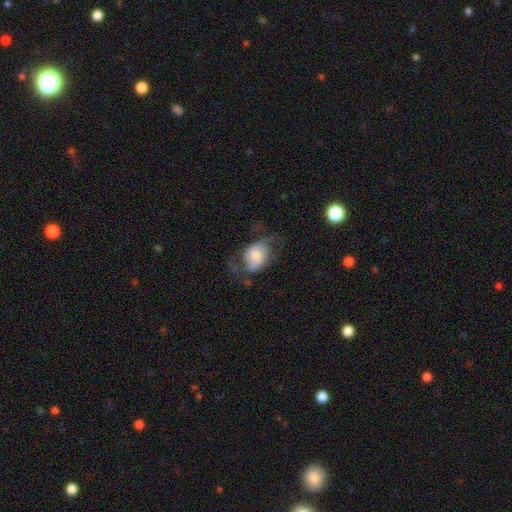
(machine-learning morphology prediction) Smooth or featured?
  - smooth: 49% *
  - featured or disk: 44%
  - star or artifact: 7%
Merging?
  - none: 43% *
  - major disturbance: 31%
  - minor disturbance: 24%
  - merger: 2%